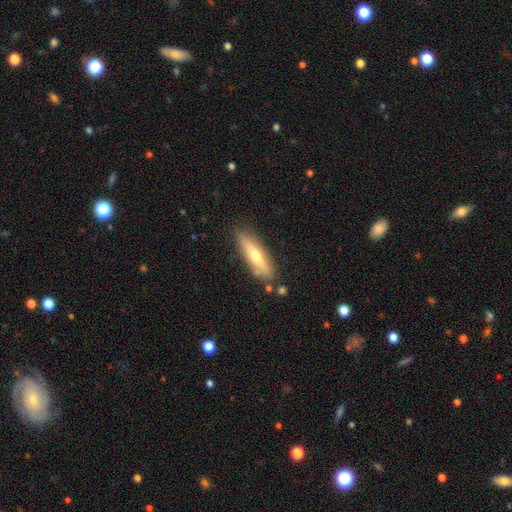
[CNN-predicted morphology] This appears to be a smooth galaxy with no disk features (49%). Merging: none (81%).